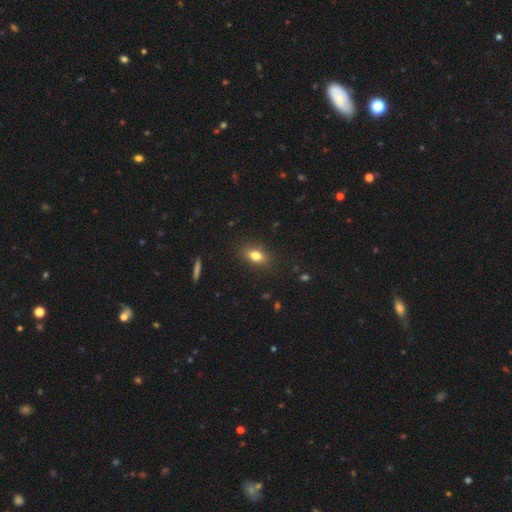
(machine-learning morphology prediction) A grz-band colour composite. It shows a smooth galaxy with no disk features (78%) that is in between round and cigar-shaped (79%). Merging: none (86%).